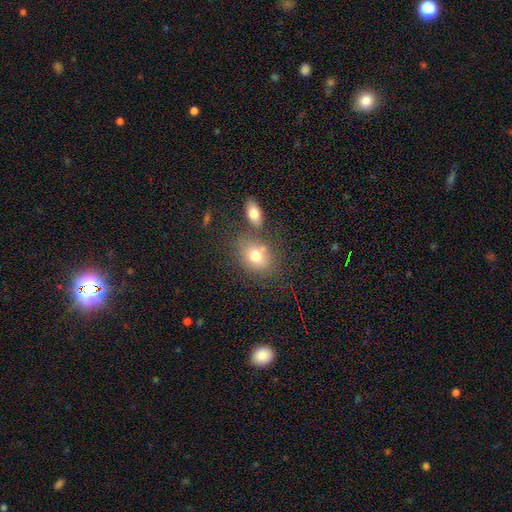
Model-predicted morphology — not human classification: Smooth or featured? Predicted: smooth (p=0.76). How rounded? Predicted: in between (p=0.64). Merging? Predicted: none (p=0.61).